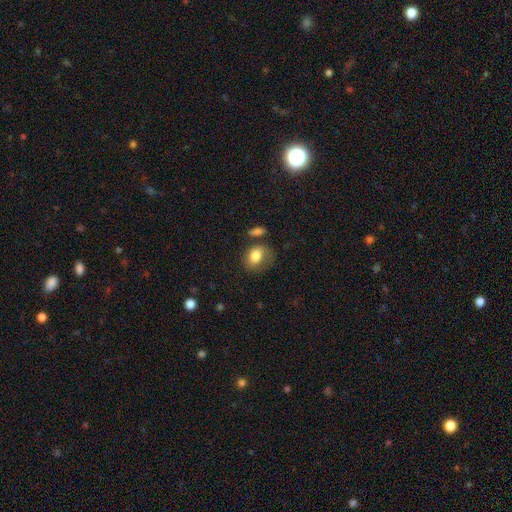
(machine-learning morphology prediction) smooth 81%, featured or disk 11%, star or artifact 8%. Down the decision tree: how rounded — in between (64%); merging — none (53%).